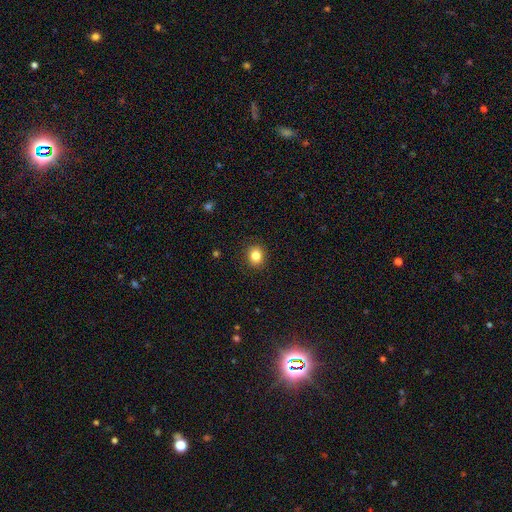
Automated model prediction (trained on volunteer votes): This is clearly a smooth galaxy (84%). How rounded: likely round (71%). Merging: clearly none (89%).